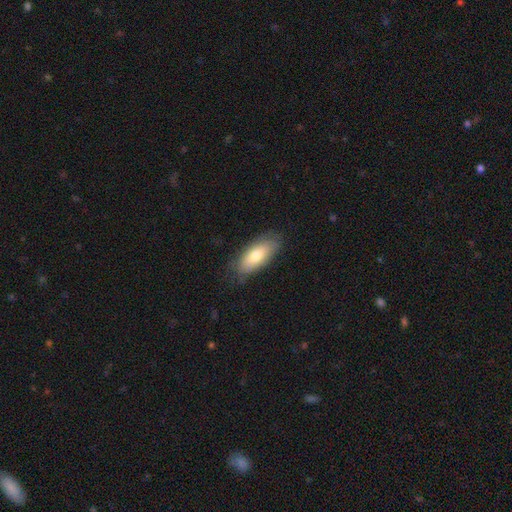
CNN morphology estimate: A smooth galaxy with no disk features (71%) that is in between round and cigar-shaped (82%). Merging: none (80%).